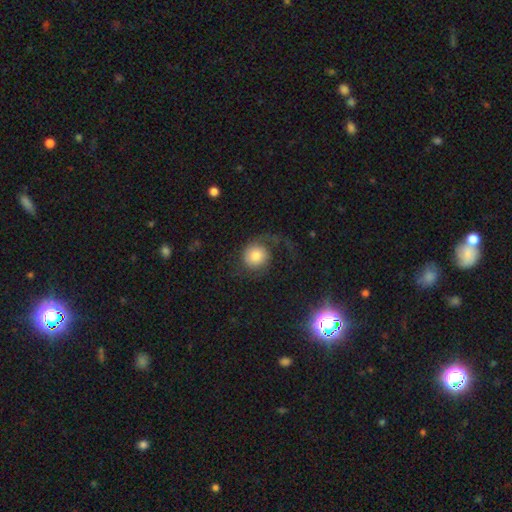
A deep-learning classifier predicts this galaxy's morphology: smooth 48%, featured or disk 44%, star or artifact 9%. Down the decision tree: merging — none (51%).